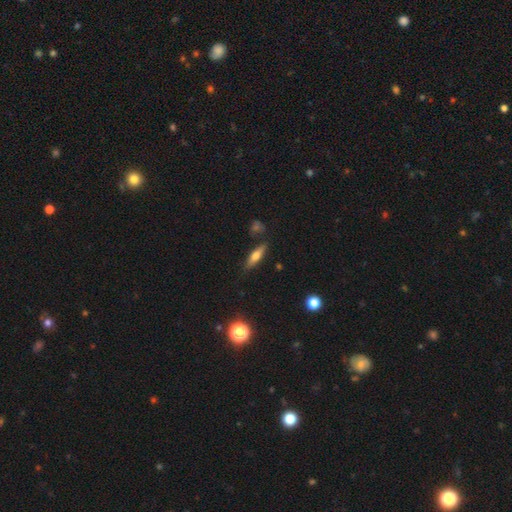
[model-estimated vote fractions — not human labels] Morphology: type=smooth (51%); roundness=cigar-shaped (66%); merging=none (82%).